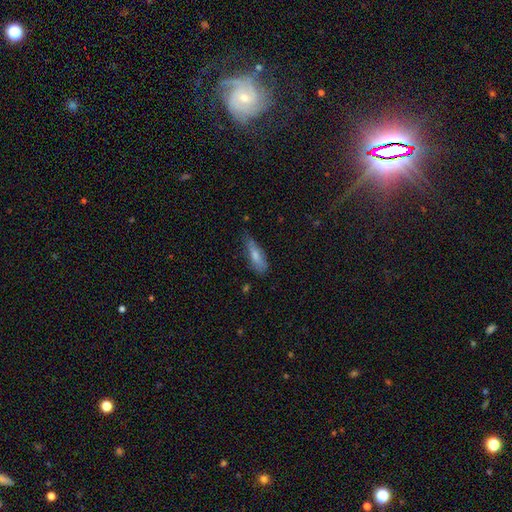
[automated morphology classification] smooth_or_featured: smooth (p=0.69) [alt: featured or disk p=0.24]
how_rounded: cigar-shaped (p=0.54) [alt: in between p=0.44]
merging: none (p=0.57) [alt: minor disturbance p=0.32]